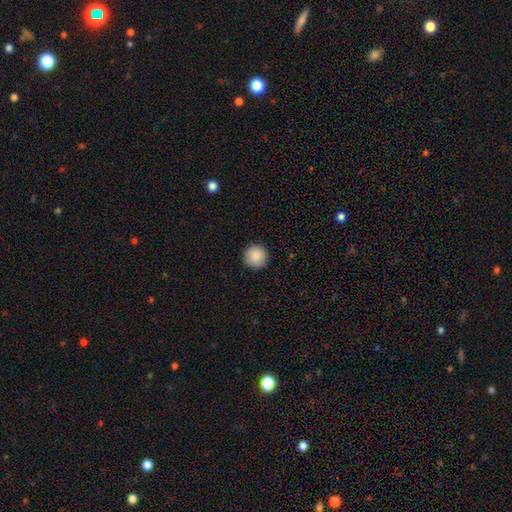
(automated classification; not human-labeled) smooth 88%, star or artifact 8%, featured or disk 4%. Down the decision tree: how rounded — round (96%); merging — none (92%).